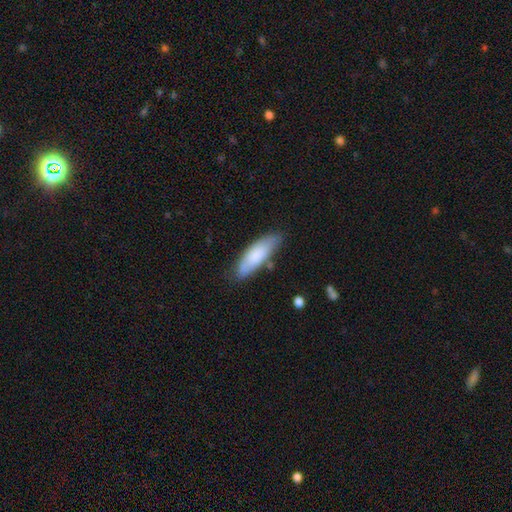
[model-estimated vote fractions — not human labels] Smooth or featured?
  - smooth: 80% *
  - featured or disk: 14%
  - star or artifact: 6%
How rounded?
  - in between: 53% *
  - cigar-shaped: 46%
  - round: 1%
Merging?
  - none: 74% *
  - minor disturbance: 19%
  - major disturbance: 4%
  - merger: 3%